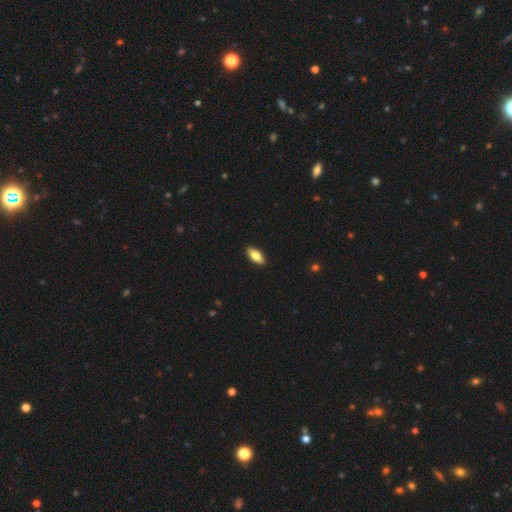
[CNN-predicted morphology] smooth 76%, featured or disk 18%, star or artifact 6%. Down the decision tree: how rounded — in between (85%); merging — none (91%).